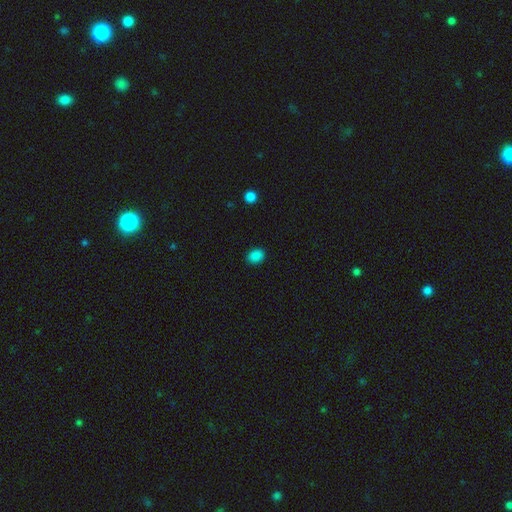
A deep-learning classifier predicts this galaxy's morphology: Overall: smooth (86%). How rounded: in between (61%; round 38%). Merging: none (88%).